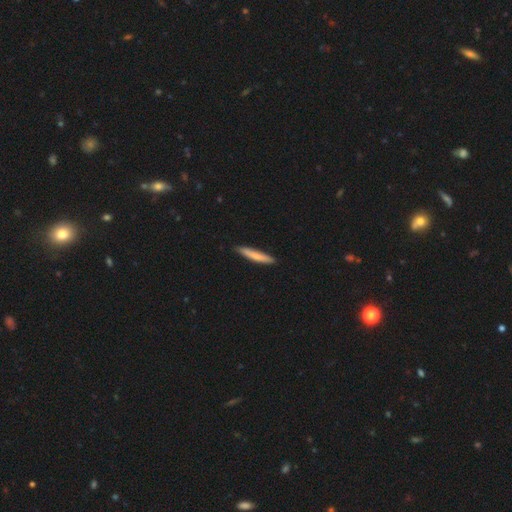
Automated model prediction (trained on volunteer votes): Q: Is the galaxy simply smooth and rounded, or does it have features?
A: smooth — 75%.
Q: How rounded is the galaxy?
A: cigar-shaped — 93%.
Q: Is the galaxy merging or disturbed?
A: none — 88%.